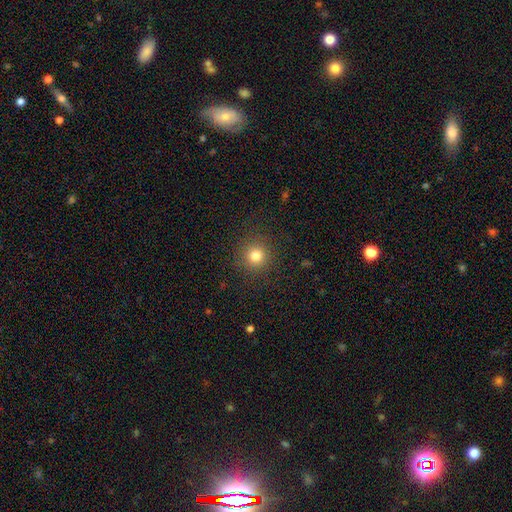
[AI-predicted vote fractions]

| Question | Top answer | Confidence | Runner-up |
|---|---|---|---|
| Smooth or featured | smooth | 80% | star or artifact (13%) |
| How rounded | round | 94% | in between (5%) |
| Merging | none | 90% | minor disturbance (6%) |